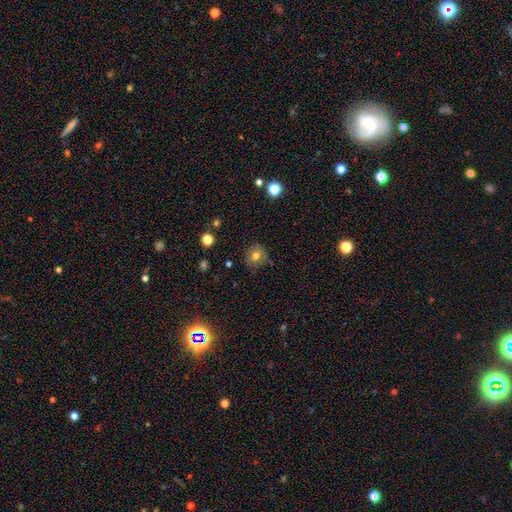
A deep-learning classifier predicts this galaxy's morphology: Q: Smooth or featured?
A: smooth (73%); runner-up: featured or disk (15%)
Q: How rounded?
A: round (84%); runner-up: in between (15%)
Q: Merging?
A: none (79%); runner-up: minor disturbance (15%)